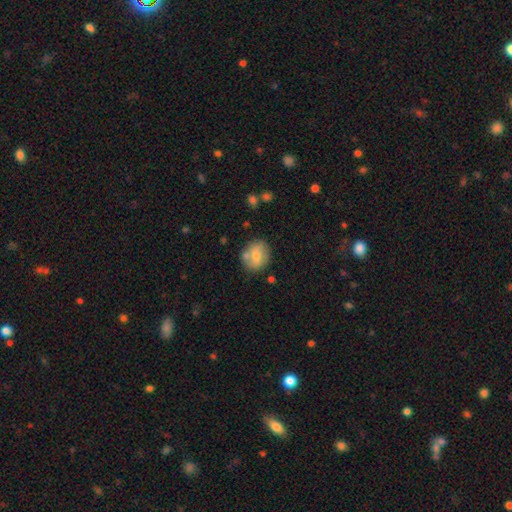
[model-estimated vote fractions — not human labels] Q: Smooth or featured?
A: smooth (62%); runner-up: featured or disk (30%)
Q: How rounded?
A: round (69%); runner-up: in between (29%)
Q: Merging?
A: none (69%); runner-up: minor disturbance (15%)